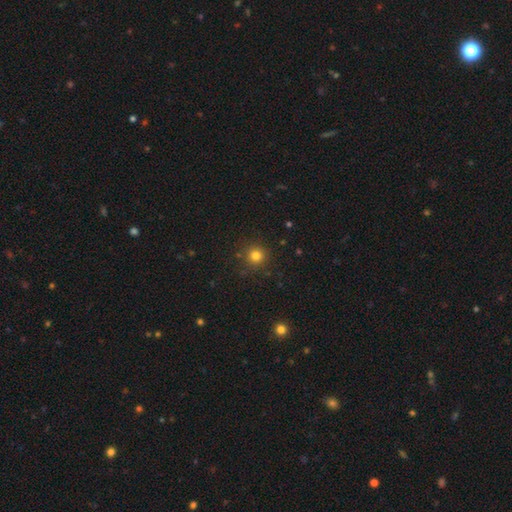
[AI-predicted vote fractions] A smooth galaxy with no disk features (80%) that is round (94%).

Vote fractions:
- Smooth or featured? smooth: 80% / star or artifact: 15% / featured or disk: 5%
- How rounded? round: 94% / in between: 5% / cigar-shaped: 1%
- Merging? none: 88% / minor disturbance: 8% / major disturbance: 3% / merger: 2%